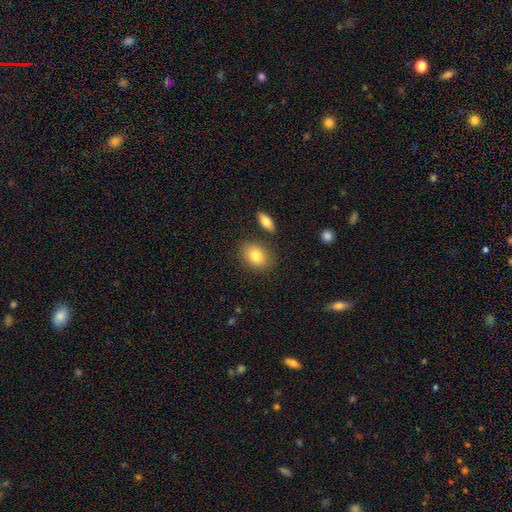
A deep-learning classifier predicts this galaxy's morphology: smooth-or-featured: smooth: 82% | featured or disk: 10% | star or artifact: 8%
  how-rounded: in between: 70% | round: 28% | cigar-shaped: 1%
  merging: none: 80% | minor disturbance: 11% | merger: 6% | major disturbance: 3%